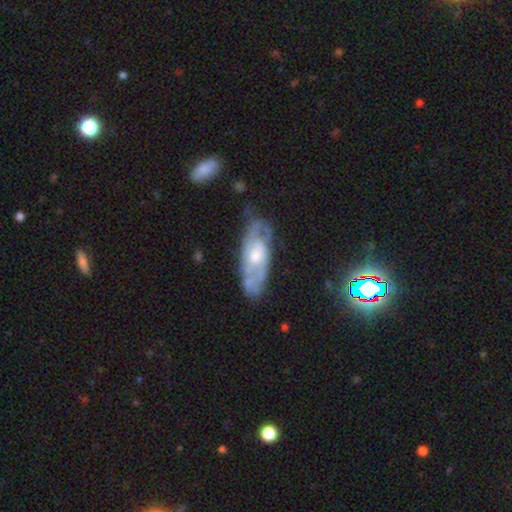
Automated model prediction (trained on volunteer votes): The model was most divided on "spiral winding": tight: 46%, medium: 41%, loose: 13%. Remaining: spiral arms — yes (87%); edge-on disk — no (87%); smooth or featured — featured or disk (77%); merging — none (68%); bar — no (63%); bulge size — moderate (53%); spiral arm count — 2 (46%).